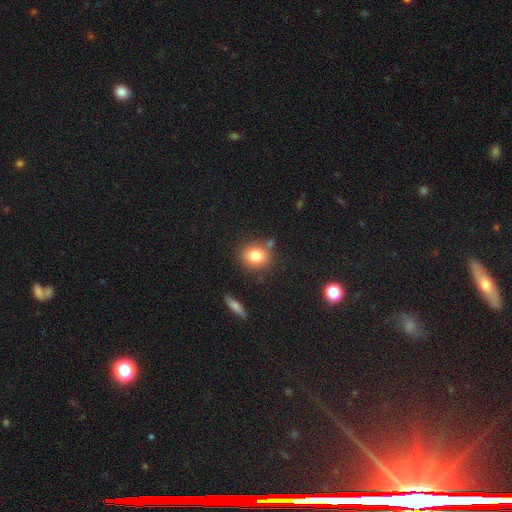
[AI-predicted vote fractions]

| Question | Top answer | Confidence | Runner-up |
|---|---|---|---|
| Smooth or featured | smooth | 81% | star or artifact (10%) |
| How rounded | round | 67% | in between (31%) |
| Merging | none | 76% | minor disturbance (12%) |